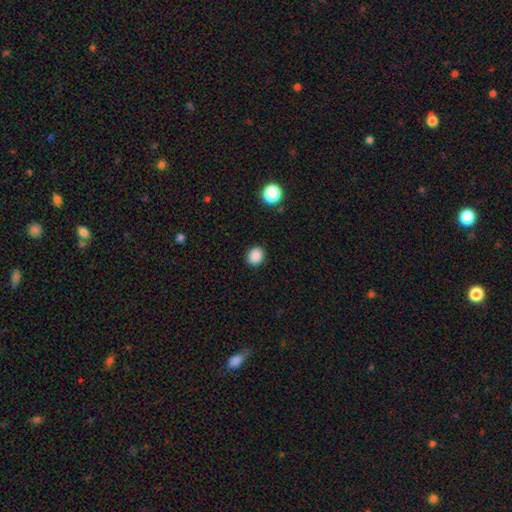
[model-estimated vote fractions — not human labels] Q: Smooth or featured?
A: smooth (88%); runner-up: star or artifact (10%)
Q: How rounded?
A: round (71%); runner-up: in between (28%)
Q: Merging?
A: none (90%); runner-up: minor disturbance (7%)